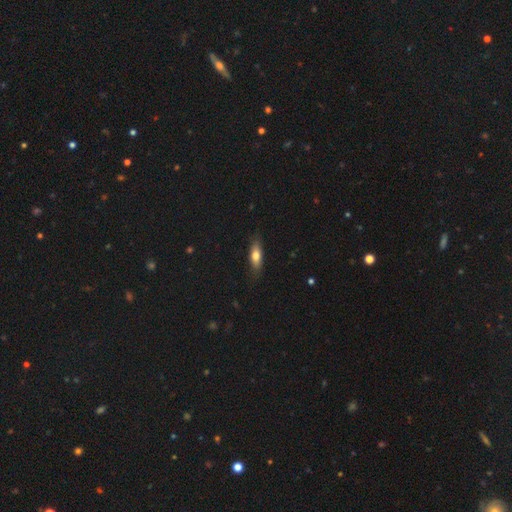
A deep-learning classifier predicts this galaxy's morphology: smooth 69%, featured or disk 25%, star or artifact 6%. Down the decision tree: how rounded — in between (58%); merging — none (81%).